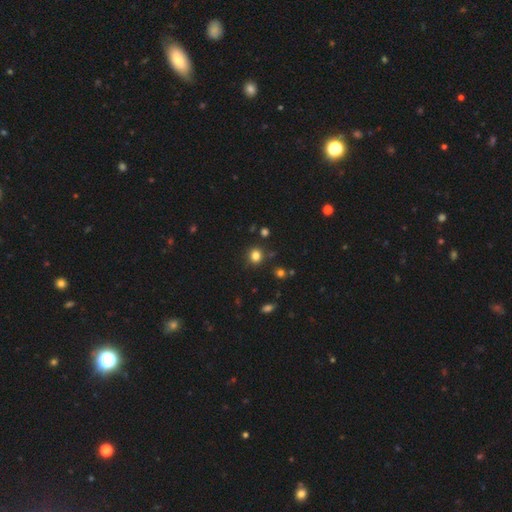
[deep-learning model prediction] Smooth or featured? Predicted: smooth (p=0.81). How rounded? Predicted: round (p=0.85). Merging? Predicted: none (p=0.86).